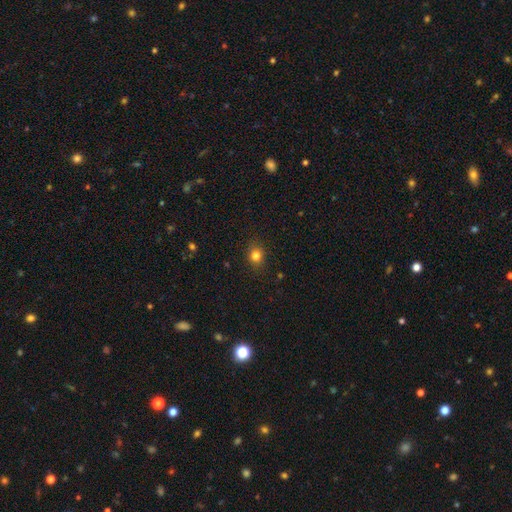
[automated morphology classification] smooth_or_featured: smooth (p=0.81) [alt: star or artifact p=0.13]
how_rounded: round (p=0.69) [alt: in between p=0.30]
merging: none (p=0.87) [alt: minor disturbance p=0.09]